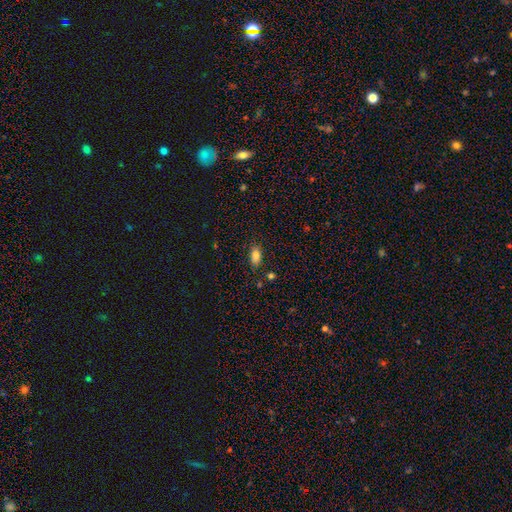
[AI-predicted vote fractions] This is clearly a smooth galaxy (84%). How rounded: clearly in between (88%). Merging: clearly none (82%).